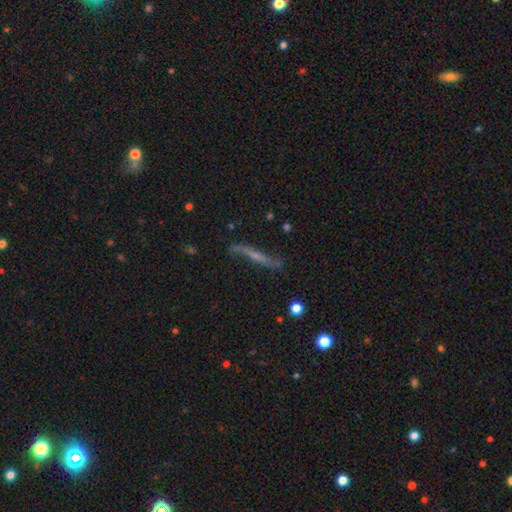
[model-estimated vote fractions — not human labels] A featured or disk galaxy (70%) viewed edge-on (74%) with no central bulge (48%).

Vote fractions:
- Smooth or featured? featured or disk: 70% / smooth: 21% / star or artifact: 9%
- Edge-on disk? yes: 74% / no: 26%
- Edge-on bulge? none: 48% / rounded: 42% / boxy: 10%
- Merging? none: 73% / minor disturbance: 18% / major disturbance: 6% / merger: 3%